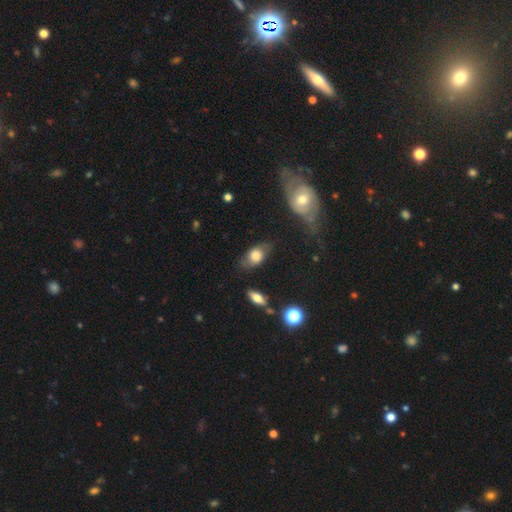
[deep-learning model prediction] A smooth galaxy with no disk features (71%) that is in between round and cigar-shaped (83%). Merging: none (66%).